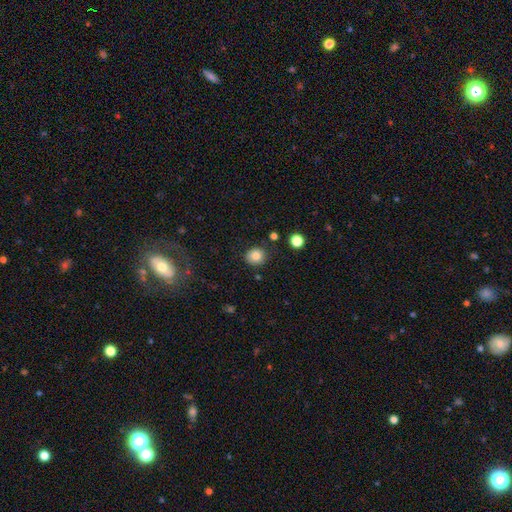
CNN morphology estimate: This is clearly a smooth galaxy (84%). How rounded: clearly round (85%). Merging: clearly none (83%).